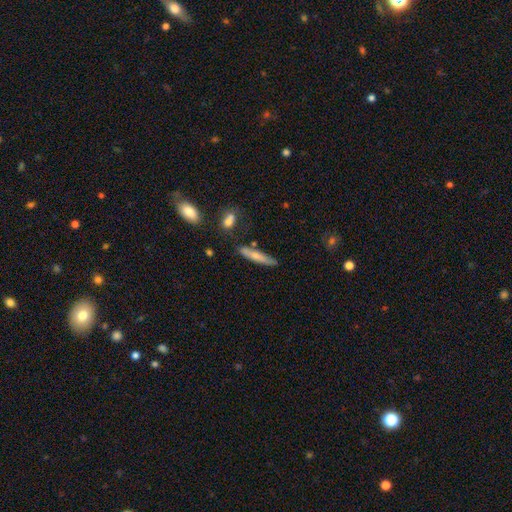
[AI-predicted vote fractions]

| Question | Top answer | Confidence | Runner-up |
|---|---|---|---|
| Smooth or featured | smooth | 68% | featured or disk (26%) |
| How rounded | cigar-shaped | 86% | in between (12%) |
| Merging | none | 76% | minor disturbance (16%) |